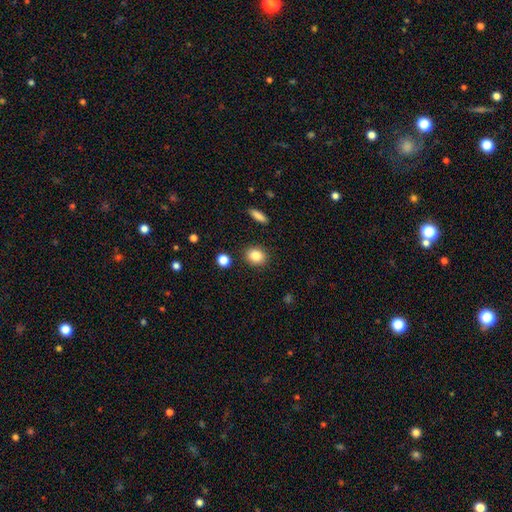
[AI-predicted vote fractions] Smooth or featured: smooth — 84% (star or artifact — 10%)
How rounded: round — 67% (in between — 32%)
Merging: none — 89% (minor disturbance — 7%)